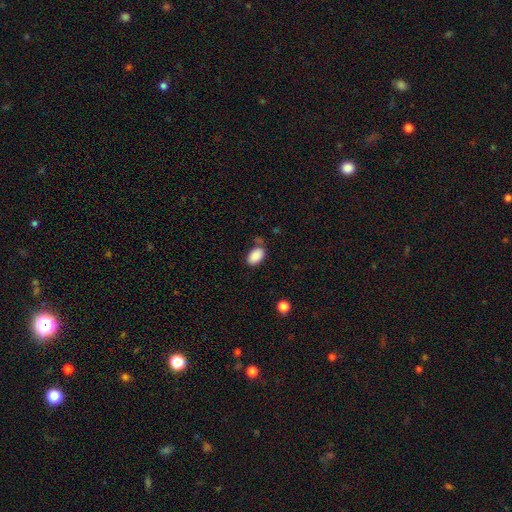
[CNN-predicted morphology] smooth 89%, star or artifact 7%, featured or disk 4%. Down the decision tree: how rounded — in between (92%); merging — none (70%).